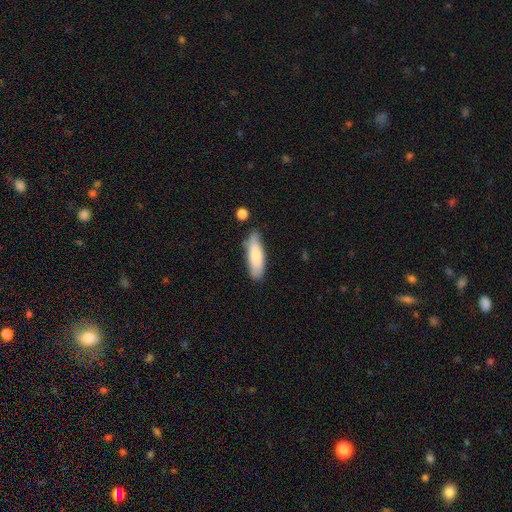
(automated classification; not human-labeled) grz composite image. It shows a smooth galaxy with no disk features (79%) that is cigar-shaped (53%). Merging: none (76%).